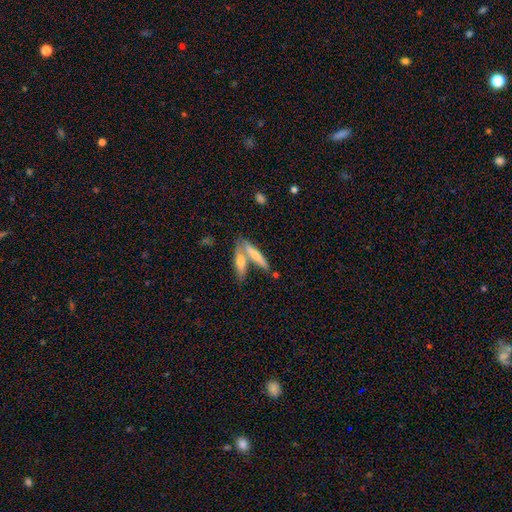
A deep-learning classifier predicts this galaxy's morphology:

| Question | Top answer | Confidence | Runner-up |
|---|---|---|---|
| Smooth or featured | smooth | 56% | featured or disk (38%) |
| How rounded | cigar-shaped | 75% | in between (22%) |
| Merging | merger | 46% | none (42%) |